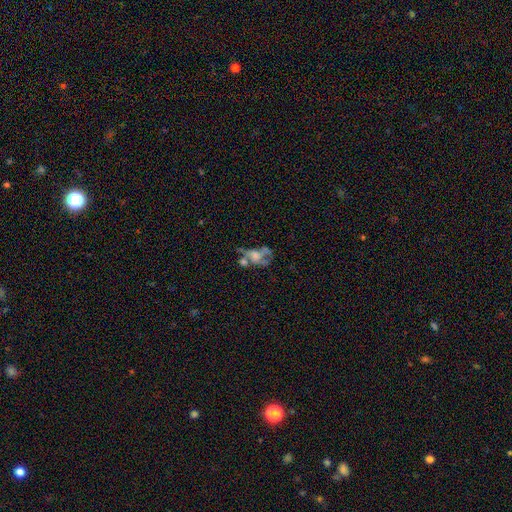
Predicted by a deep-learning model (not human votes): Smooth or featured: featured or disk — 52% (smooth — 35%)
Edge-on disk: no — 95% (yes — 5%)
Merging: merger — 34% (major disturbance — 27%)